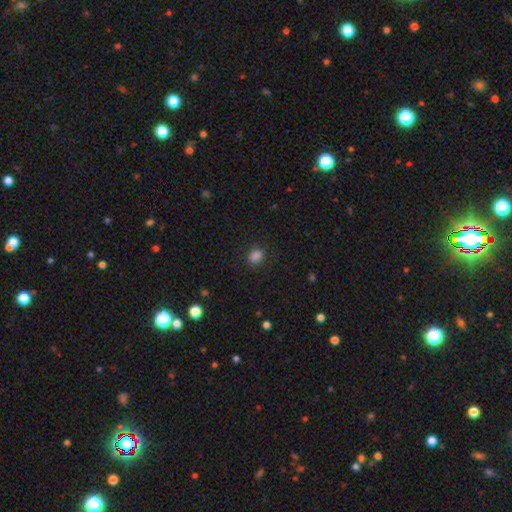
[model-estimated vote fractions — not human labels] Smooth or featured?
  - smooth: 83% *
  - star or artifact: 13%
  - featured or disk: 4%
How rounded?
  - round: 55% *
  - in between: 44%
  - cigar-shaped: 1%
Merging?
  - none: 83% *
  - minor disturbance: 12%
  - major disturbance: 4%
  - merger: 1%